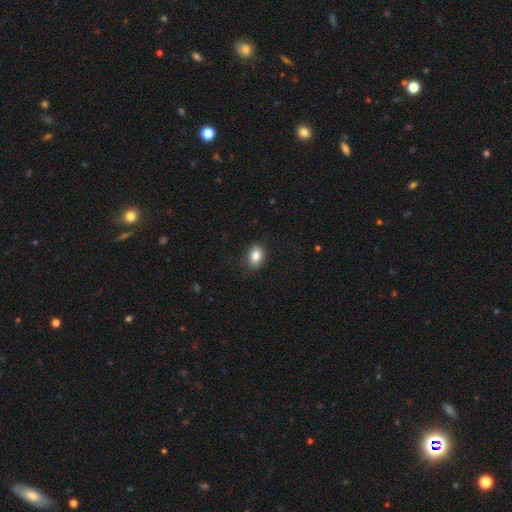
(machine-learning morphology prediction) This appears to be a smooth galaxy with no disk features (85%) that is in between round and cigar-shaped (79%). Merging: none (85%).